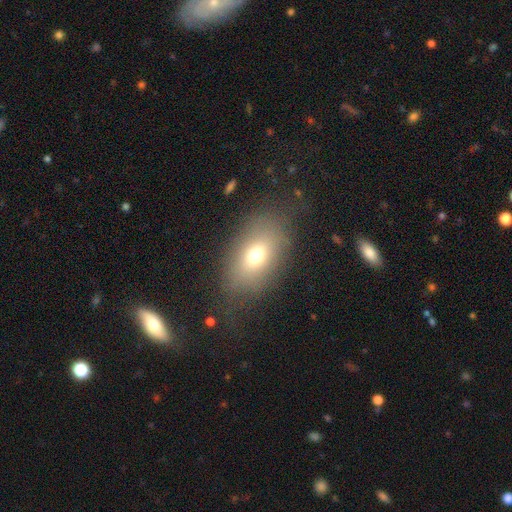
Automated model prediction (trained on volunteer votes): Smooth or featured: smooth — 69% (featured or disk — 18%)
How rounded: in between — 79% (round — 19%)
Merging: none — 70% (minor disturbance — 16%)